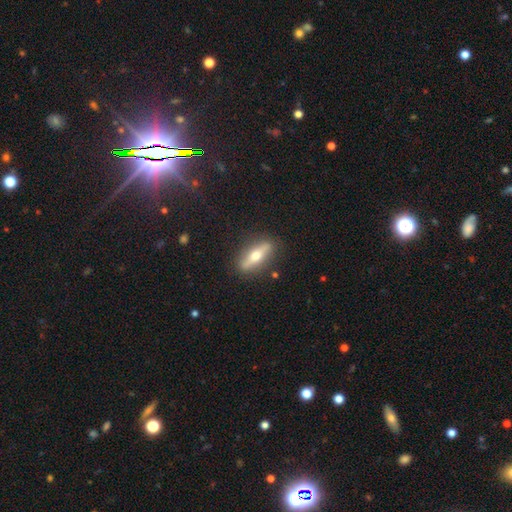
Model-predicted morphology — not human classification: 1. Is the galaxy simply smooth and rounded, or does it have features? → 59% featured or disk, 35% smooth, 6% star or artifact.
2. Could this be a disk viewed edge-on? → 83% yes, 17% no.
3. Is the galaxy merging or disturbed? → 86% none, 10% minor disturbance, 3% major disturbance, 2% merger.